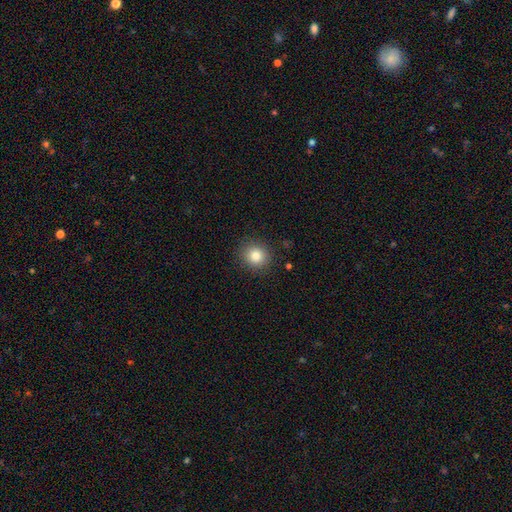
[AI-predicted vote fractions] Q: Smooth or featured?
A: smooth (82%); runner-up: star or artifact (11%)
Q: How rounded?
A: round (87%); runner-up: in between (12%)
Q: Merging?
A: none (89%); runner-up: minor disturbance (7%)